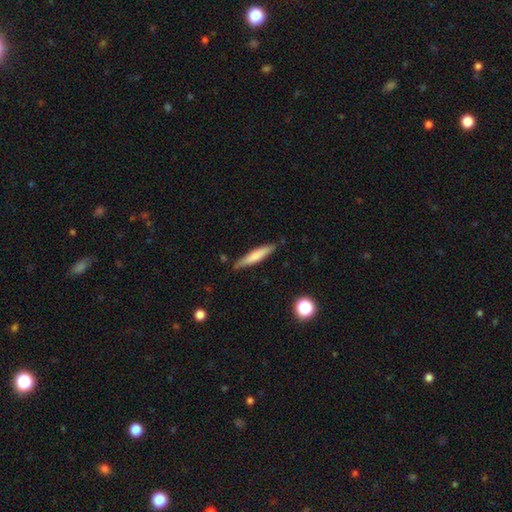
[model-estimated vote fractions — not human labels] A smooth galaxy with no disk features (67%) that is cigar-shaped (89%).

Vote fractions:
- Smooth or featured? smooth: 67% / featured or disk: 28% / star or artifact: 6%
- How rounded? cigar-shaped: 89% / in between: 9% / round: 1%
- Merging? none: 84% / minor disturbance: 12% / major disturbance: 2% / merger: 2%